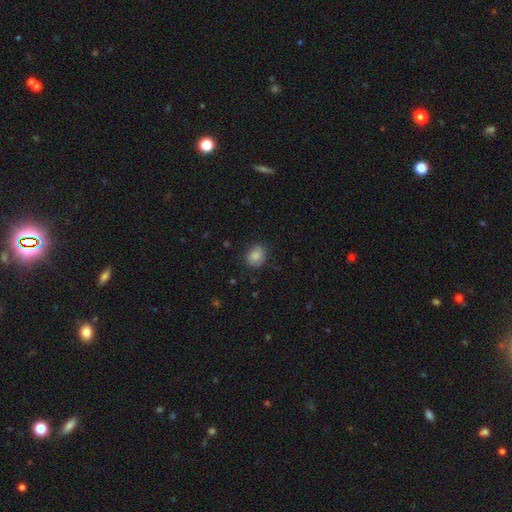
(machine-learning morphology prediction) A smooth galaxy with no disk features (82%) that is round (59%).

Vote fractions:
- Smooth or featured? smooth: 82% / featured or disk: 10% / star or artifact: 8%
- How rounded? round: 59% / in between: 40% / cigar-shaped: 1%
- Merging? none: 78% / minor disturbance: 17% / major disturbance: 4% / merger: 1%